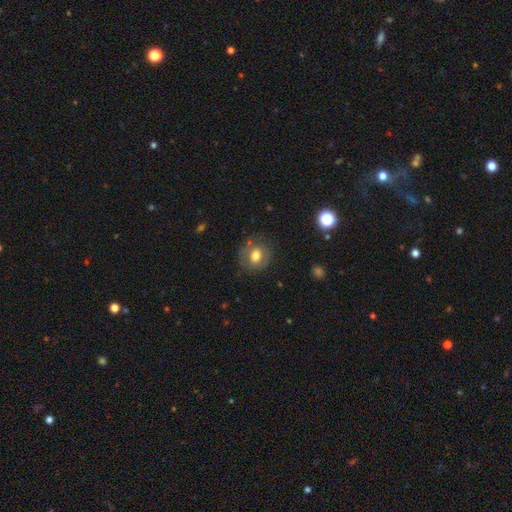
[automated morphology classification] Smooth or featured: smooth — 69% (featured or disk — 21%)
How rounded: round — 62% (in between — 37%)
Merging: none — 77% (minor disturbance — 15%)